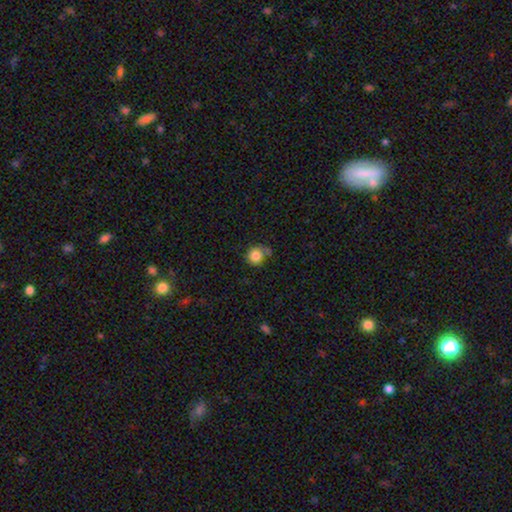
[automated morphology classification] smooth 82%, star or artifact 10%, featured or disk 8%. Down the decision tree: how rounded — round (85%); merging — none (57%).